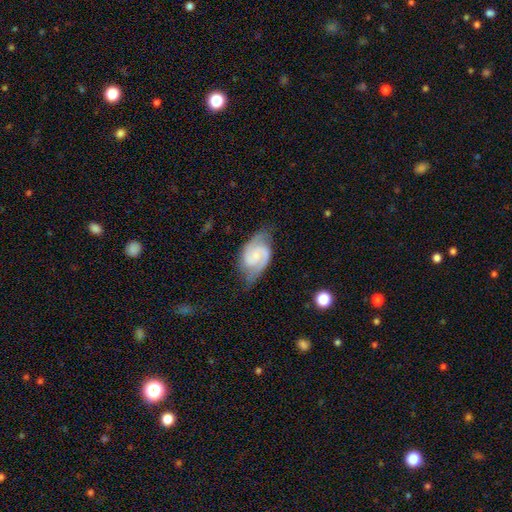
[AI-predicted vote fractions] Overall: featured or disk (83%). Edge-on disk: no (98%). Bar: no (46%; weak 44%). Spiral arms: yes (97%). Spiral arm count: 2 (90%). Spiral winding: medium (53%; tight 32%). Bulge size: small (52%; none 26%). Merging: none (68%).